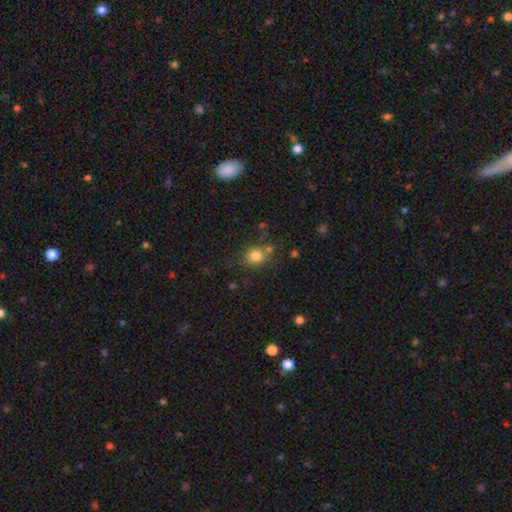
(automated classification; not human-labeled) smooth_or_featured: smooth (p=0.81) [alt: star or artifact p=0.12]
how_rounded: round (p=0.74) [alt: in between p=0.25]
merging: none (p=0.67) [alt: minor disturbance p=0.15]